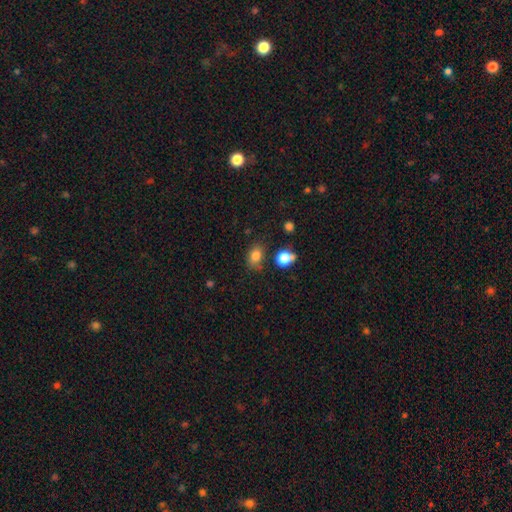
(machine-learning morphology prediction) Smooth or featured?
  - smooth: 81% *
  - star or artifact: 12%
  - featured or disk: 7%
How rounded?
  - in between: 69% *
  - round: 29%
  - cigar-shaped: 2%
Merging?
  - none: 70% *
  - minor disturbance: 17%
  - merger: 8%
  - major disturbance: 5%